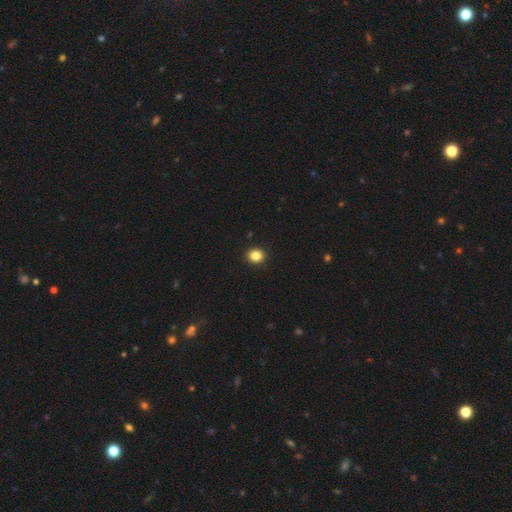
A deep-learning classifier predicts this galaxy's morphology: A smooth galaxy with no disk features (85%) that is round (76%). Merging: none (92%).